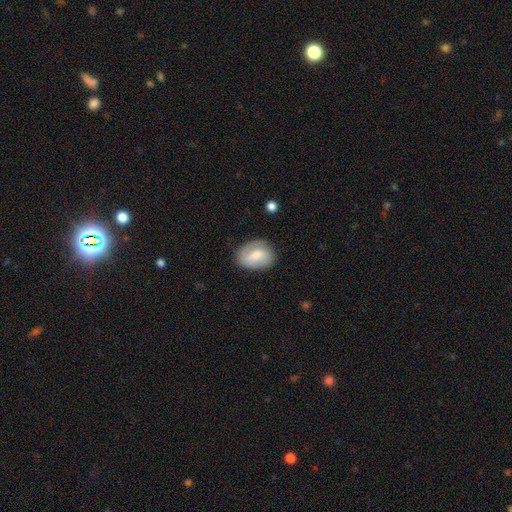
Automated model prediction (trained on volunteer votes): Smooth or featured: smooth — 58% (featured or disk — 35%)
How rounded: in between — 73% (round — 26%)
Merging: none — 74% (minor disturbance — 18%)